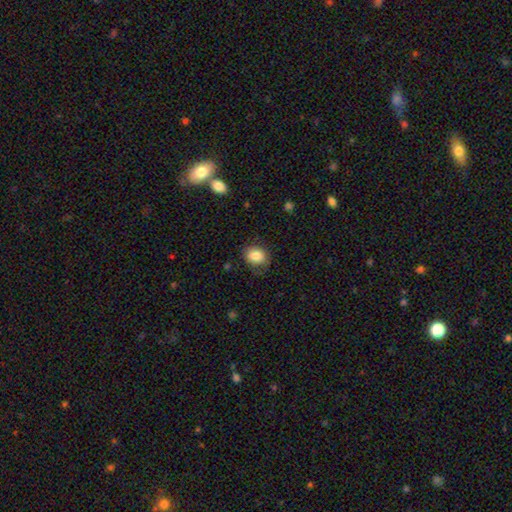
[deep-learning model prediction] A smooth galaxy with no disk features (85%) that is round (51%).

Vote fractions:
- Smooth or featured? smooth: 85% / star or artifact: 8% / featured or disk: 7%
- How rounded? round: 51% / in between: 48% / cigar-shaped: 1%
- Merging? none: 79% / minor disturbance: 16% / major disturbance: 4% / merger: 1%